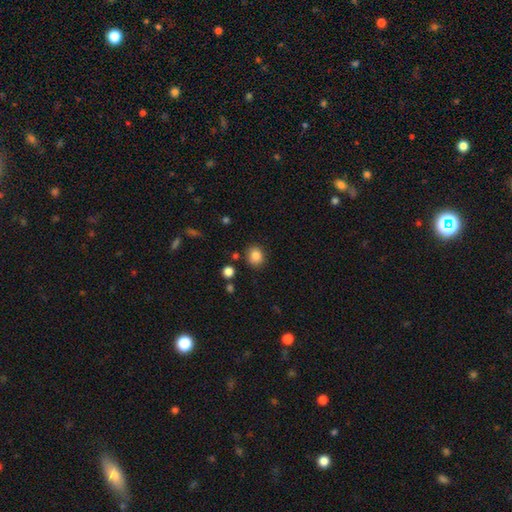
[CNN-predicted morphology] Smooth or featured? smooth (85%)
How rounded? round (72%)
Merging? none (85%)